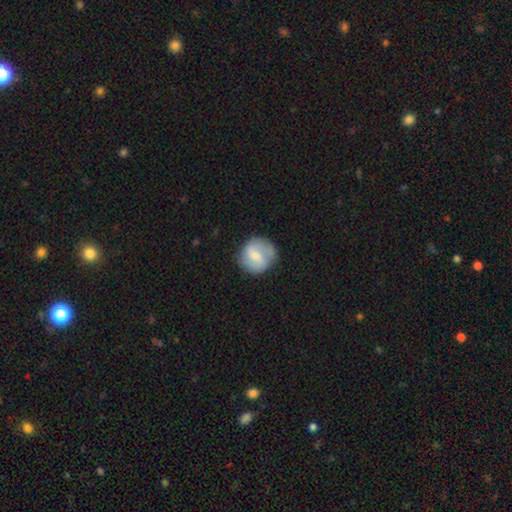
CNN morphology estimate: type=smooth (48%); merging=none (75%).